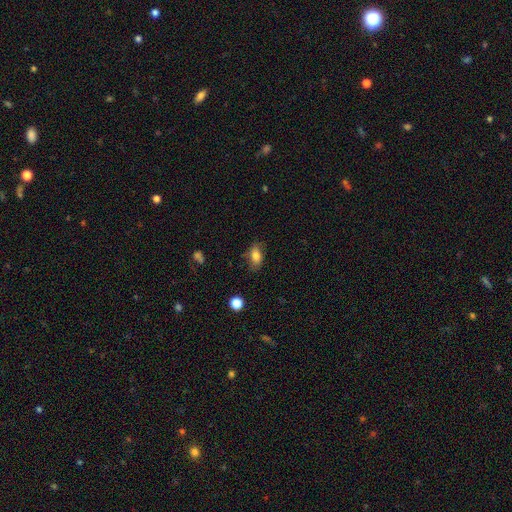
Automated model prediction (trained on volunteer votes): A smooth galaxy with no disk features (78%) that is in between round and cigar-shaped (85%).

Vote fractions:
- Smooth or featured? smooth: 78% / featured or disk: 13% / star or artifact: 9%
- How rounded? in between: 85% / round: 9% / cigar-shaped: 6%
- Merging? none: 73% / minor disturbance: 20% / major disturbance: 5% / merger: 2%